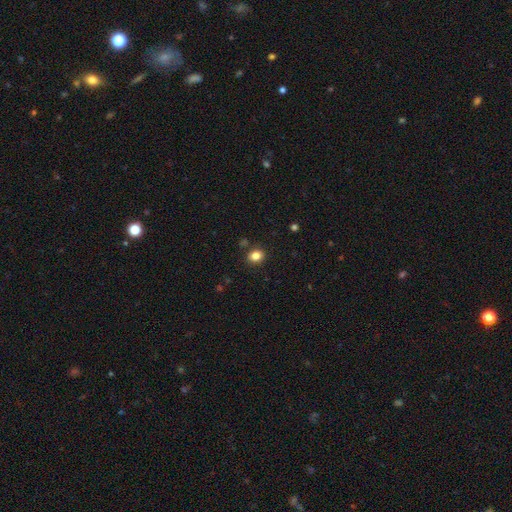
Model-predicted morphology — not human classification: Q: Smooth or featured?
A: smooth (84%); runner-up: star or artifact (11%)
Q: How rounded?
A: round (52%); runner-up: in between (47%)
Q: Merging?
A: none (86%); runner-up: minor disturbance (8%)